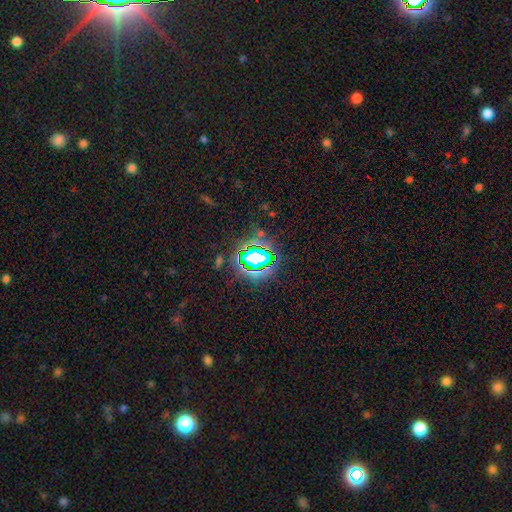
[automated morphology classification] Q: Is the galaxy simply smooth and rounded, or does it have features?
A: star or artifact — 68%.